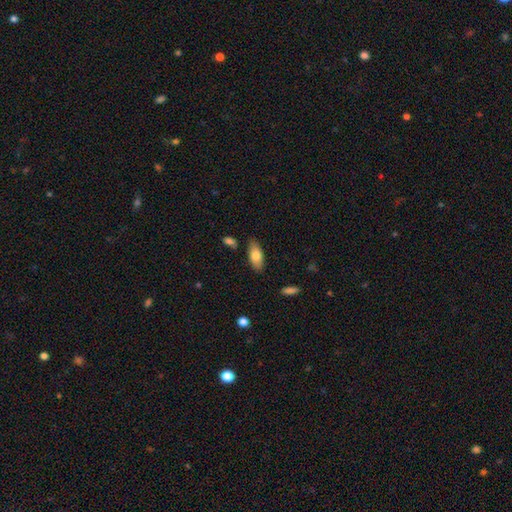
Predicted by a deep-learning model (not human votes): The model was most divided on "smooth or featured": smooth: 78%, featured or disk: 16%, star or artifact: 6%. More confident: how rounded — in between (85%); merging — none (82%).